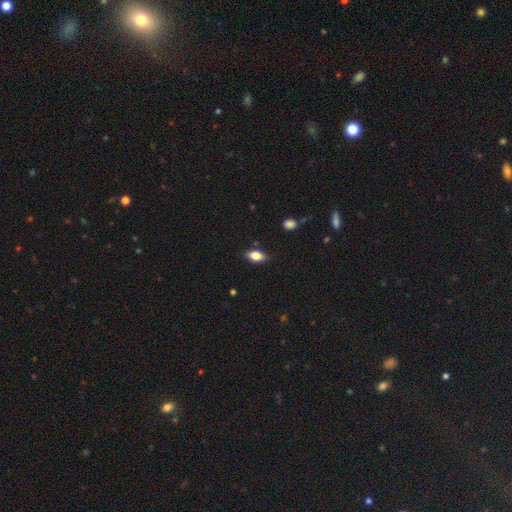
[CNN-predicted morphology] smooth 78%, featured or disk 14%, star or artifact 8%. Down the decision tree: how rounded — in between (87%); merging — none (85%).